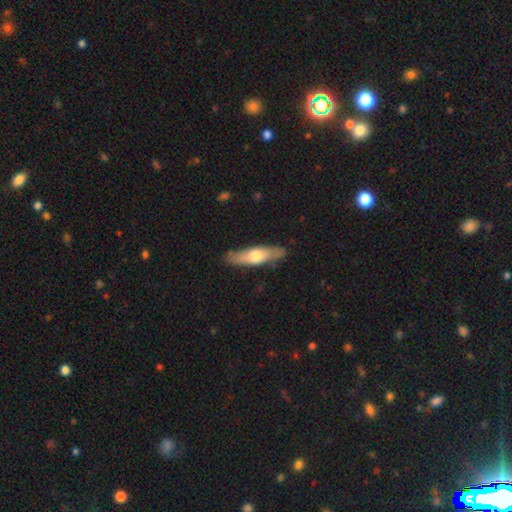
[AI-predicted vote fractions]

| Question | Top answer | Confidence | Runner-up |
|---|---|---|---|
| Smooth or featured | smooth | 54% | featured or disk (41%) |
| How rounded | cigar-shaped | 69% | in between (29%) |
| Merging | none | 85% | minor disturbance (11%) |